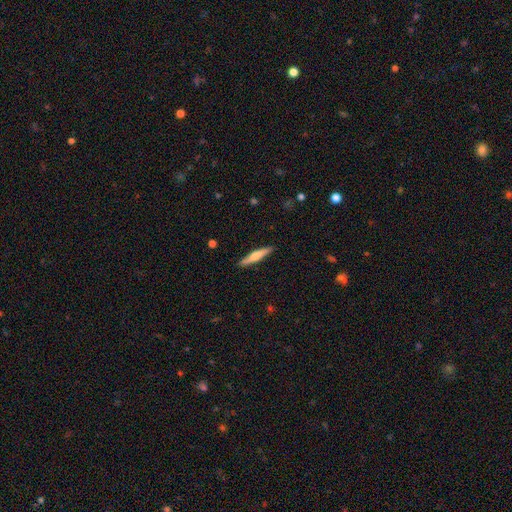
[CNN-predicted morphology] smooth-or-featured: smooth: 53% | featured or disk: 42% | star or artifact: 5%
  how-rounded: cigar-shaped: 91% | in between: 8% | round: 1%
  merging: none: 91% | minor disturbance: 7% | major disturbance: 1% | merger: 1%